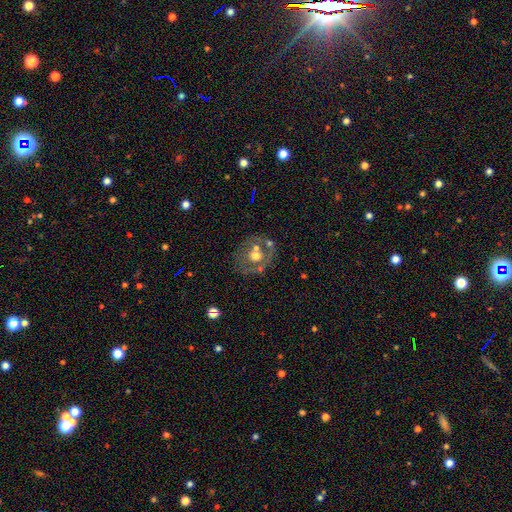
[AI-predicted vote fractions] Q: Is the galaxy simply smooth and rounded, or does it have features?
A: featured or disk — 51%.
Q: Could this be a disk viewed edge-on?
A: no — 95%.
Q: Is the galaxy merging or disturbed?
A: none — 56%.